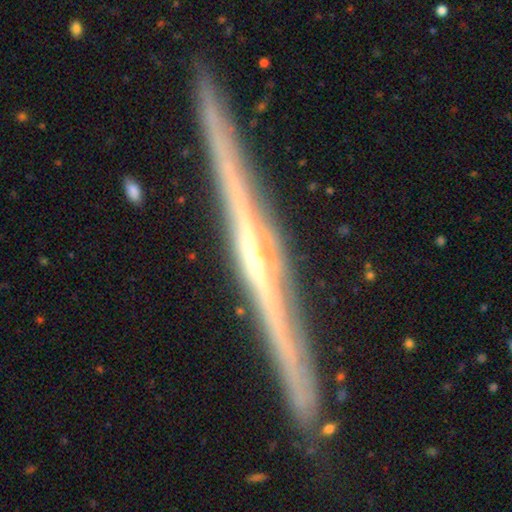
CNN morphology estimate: This appears to be a featured or disk galaxy (86%) viewed edge-on (98%) with a rounded central bulge (55%). Merging: none (91%).